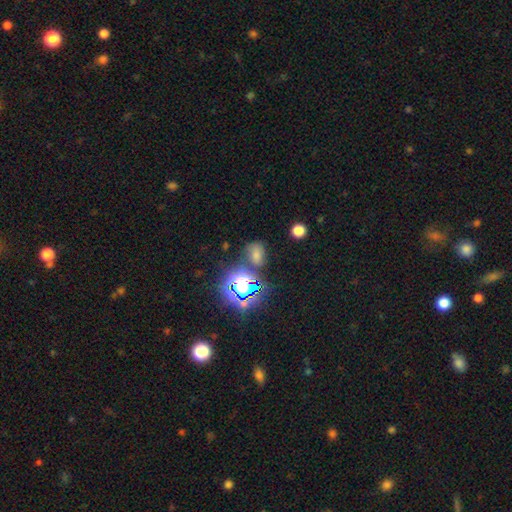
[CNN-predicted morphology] smooth_or_featured: star or artifact (p=0.50) [alt: smooth p=0.38]